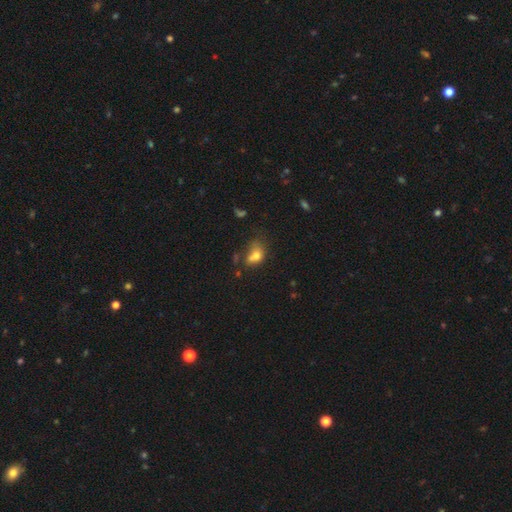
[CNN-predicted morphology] Smooth or featured? Predicted: smooth (p=0.70). How rounded? Predicted: in between (p=0.65). Merging? Predicted: none (p=0.29).